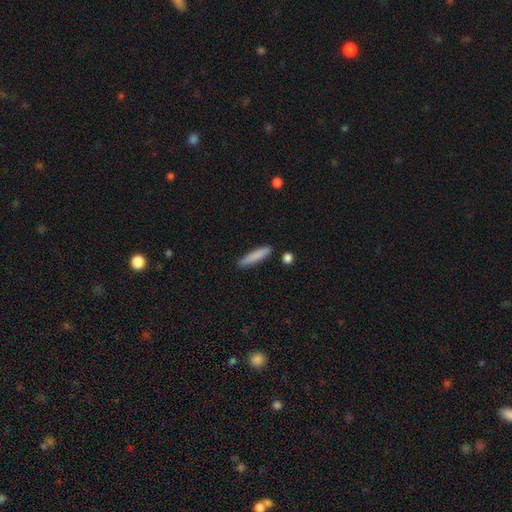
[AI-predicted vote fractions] Smooth or featured: smooth — 83% (featured or disk — 11%)
How rounded: cigar-shaped — 88% (in between — 10%)
Merging: none — 87% (minor disturbance — 9%)